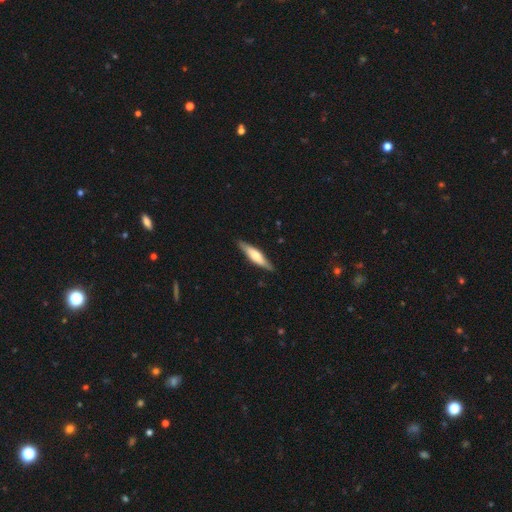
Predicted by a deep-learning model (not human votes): This appears to be a smooth galaxy with no disk features (48%). Merging: none (88%).